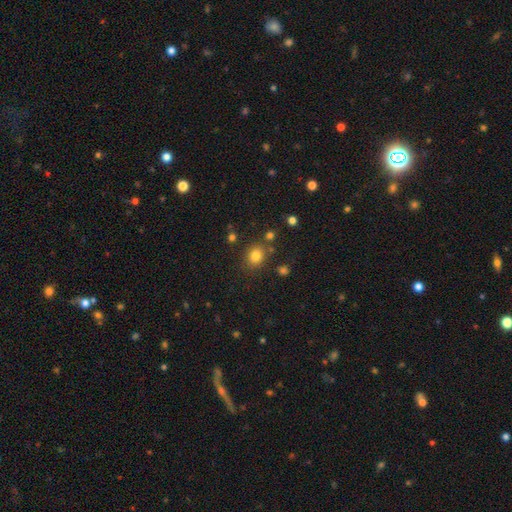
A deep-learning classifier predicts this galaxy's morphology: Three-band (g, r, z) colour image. It shows a smooth galaxy with no disk features (80%) that is round (68%). Merging: none (79%).